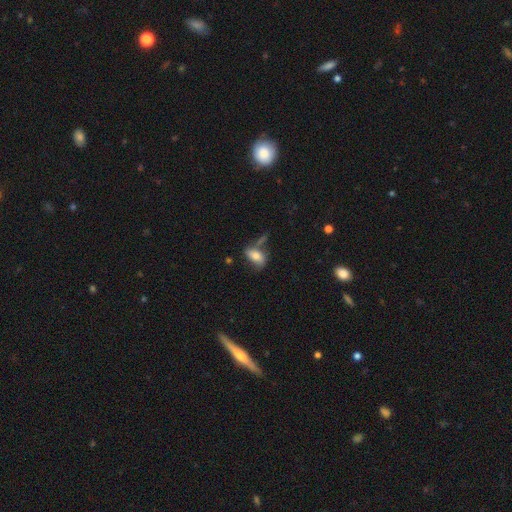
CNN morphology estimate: Q: Smooth or featured?
A: smooth (61%); runner-up: featured or disk (30%)
Q: How rounded?
A: in between (87%); runner-up: round (7%)
Q: Merging?
A: none (46%); runner-up: minor disturbance (23%)